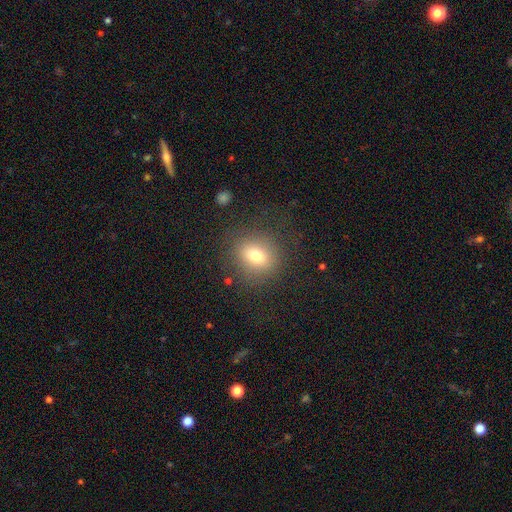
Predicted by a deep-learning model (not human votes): This appears to be a smooth galaxy with no disk features (73%) that is round (68%). Merging: none (82%).